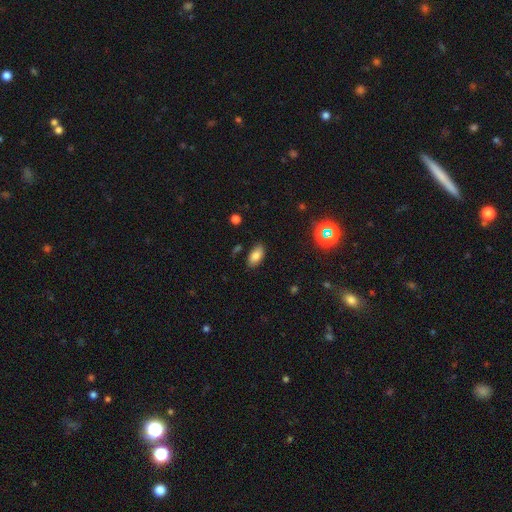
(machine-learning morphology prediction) type=smooth (81%); roundness=in between (92%); merging=none (84%).